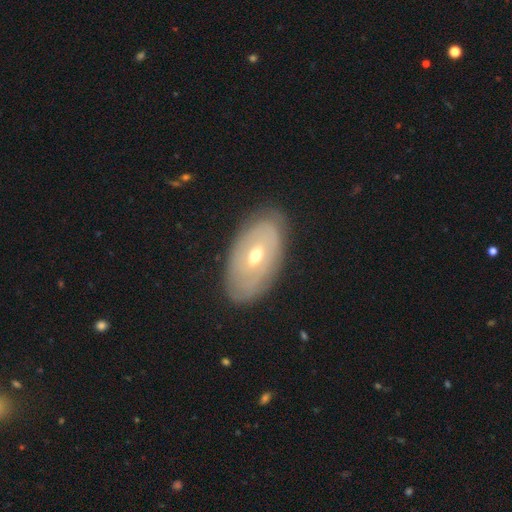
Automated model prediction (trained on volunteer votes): Morphology: type=featured or disk (66%); edge-on=no (90%); bar=no (55%); spiral arms=yes (51%); bulge=moderate (64%); merging=none (83%).